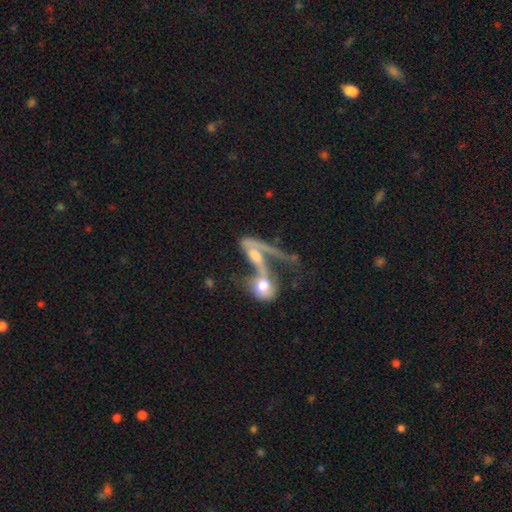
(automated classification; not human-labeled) Morphology: type=featured or disk (60%); edge-on=no (79%); merging=merger (66%).